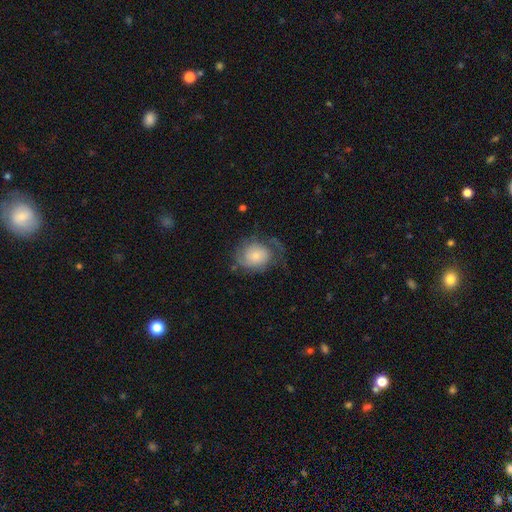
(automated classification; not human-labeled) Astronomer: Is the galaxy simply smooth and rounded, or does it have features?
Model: featured or disk — 52% (runner-up: smooth, 40%).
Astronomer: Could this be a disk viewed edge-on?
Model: no — 97%.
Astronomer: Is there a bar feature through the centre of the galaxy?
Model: no — 79%.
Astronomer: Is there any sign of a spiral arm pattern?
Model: yes — 82%.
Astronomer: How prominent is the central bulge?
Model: small — 57%.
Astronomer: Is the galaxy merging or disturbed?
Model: none — 48% (runner-up: minor disturbance, 26%).